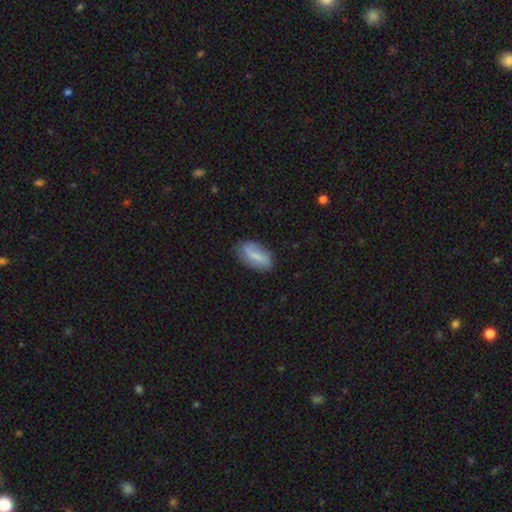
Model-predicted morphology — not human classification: smooth_or_featured: smooth (p=0.62) [alt: featured or disk p=0.30]
how_rounded: in between (p=0.88) [alt: cigar-shaped p=0.08]
merging: none (p=0.72) [alt: minor disturbance p=0.21]